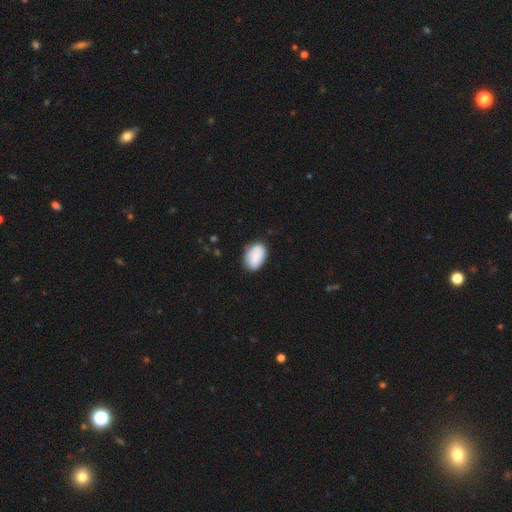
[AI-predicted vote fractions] Smooth or featured? smooth (79%)
How rounded? in between (89%)
Merging? none (76%)